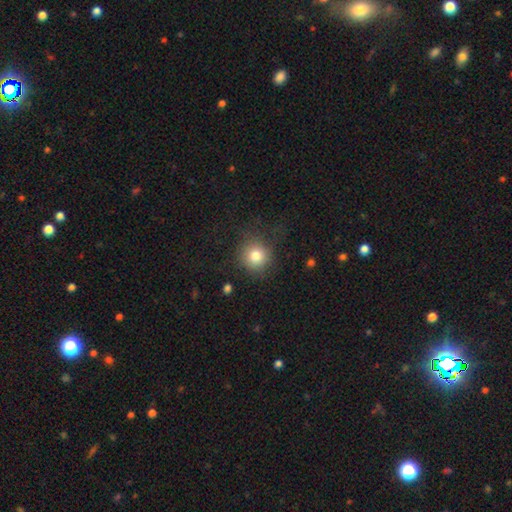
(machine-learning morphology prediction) This appears to be a smooth galaxy with no disk features (80%) that is round (92%). Merging: none (80%).